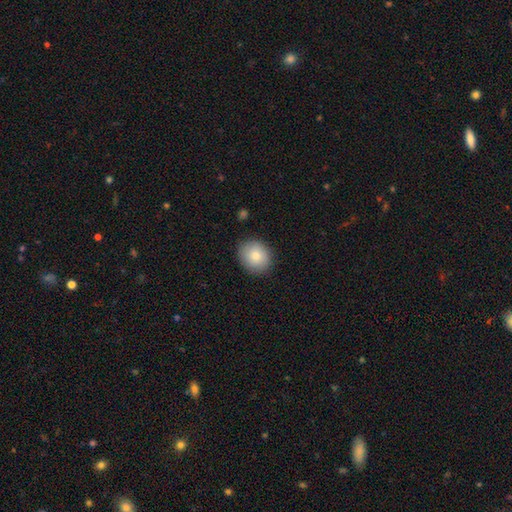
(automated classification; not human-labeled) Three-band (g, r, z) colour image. It shows a smooth galaxy with no disk features (81%) that is round (71%). Merging: none (87%).